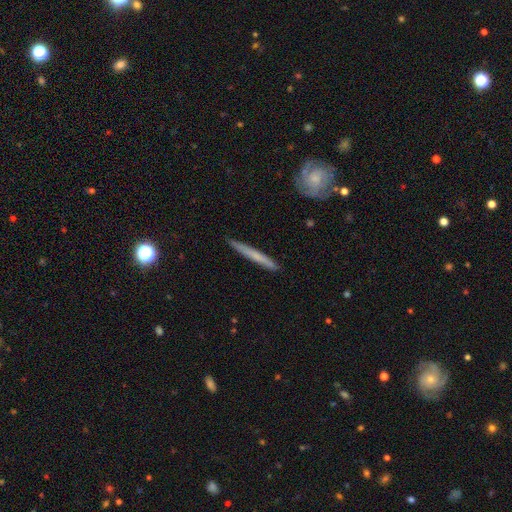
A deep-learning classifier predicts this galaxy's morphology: smooth 52%, featured or disk 42%, star or artifact 6%. Down the decision tree: how rounded — cigar-shaped (96%); merging — none (90%).